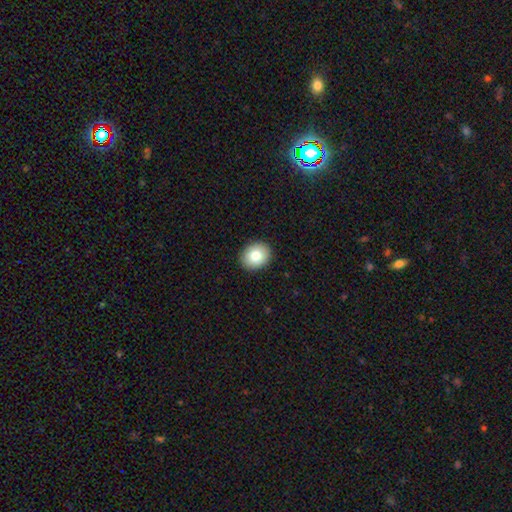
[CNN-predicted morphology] Smooth or featured? Predicted: smooth (p=0.80). How rounded? Predicted: round (p=0.60). Merging? Predicted: none (p=0.91).